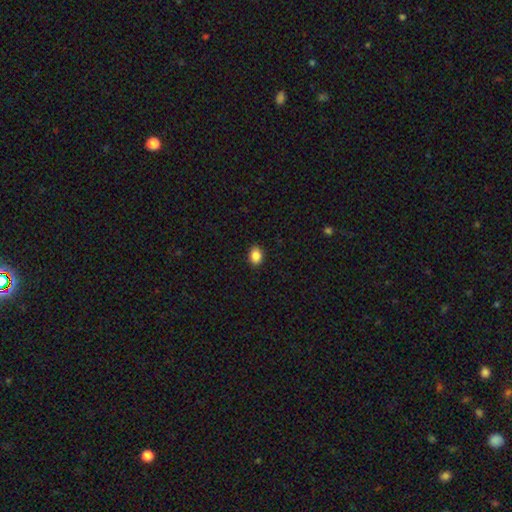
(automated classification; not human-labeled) smooth-or-featured: smooth: 87% | star or artifact: 9% | featured or disk: 4%
  how-rounded: in between: 65% | round: 34% | cigar-shaped: 1%
  merging: none: 90% | minor disturbance: 7% | major disturbance: 2% | merger: 1%